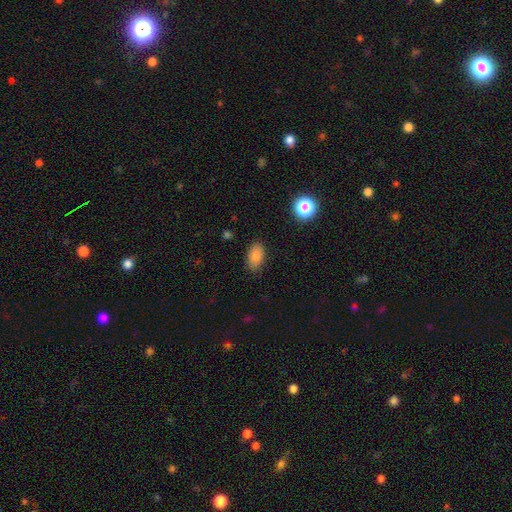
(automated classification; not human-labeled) Smooth or featured? Predicted: smooth (p=0.85). How rounded? Predicted: in between (p=0.91). Merging? Predicted: none (p=0.85).